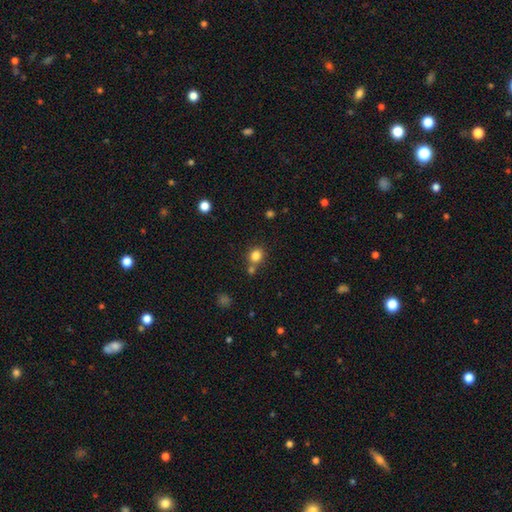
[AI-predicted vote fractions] Smooth or featured: smooth — 82% (star or artifact — 12%)
How rounded: round — 84% (in between — 15%)
Merging: none — 67% (merger — 21%)